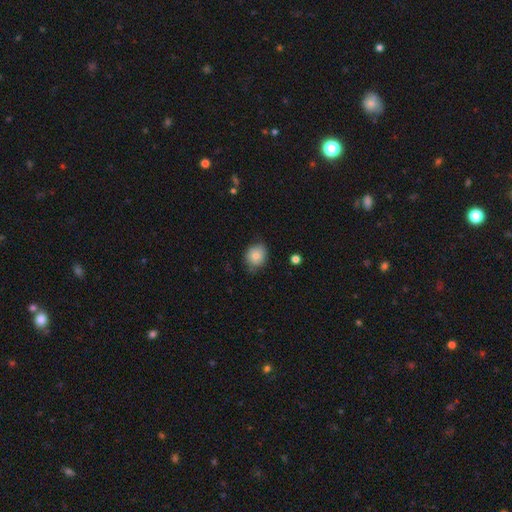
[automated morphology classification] Smooth or featured? smooth (78%)
How rounded? round (70%)
Merging? none (71%)